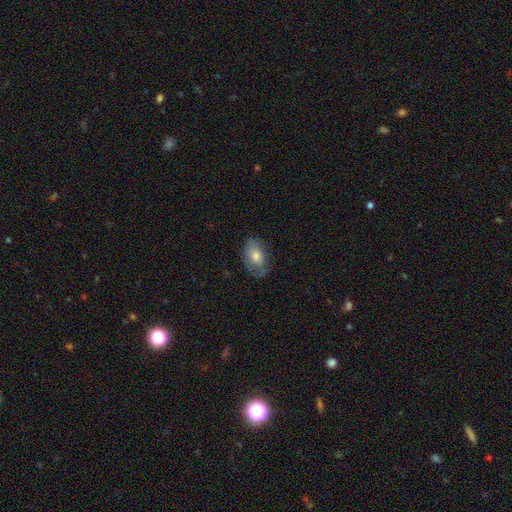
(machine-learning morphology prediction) This is likely a smooth galaxy (66%). How rounded: clearly in between (87%). Merging: likely none (71%).